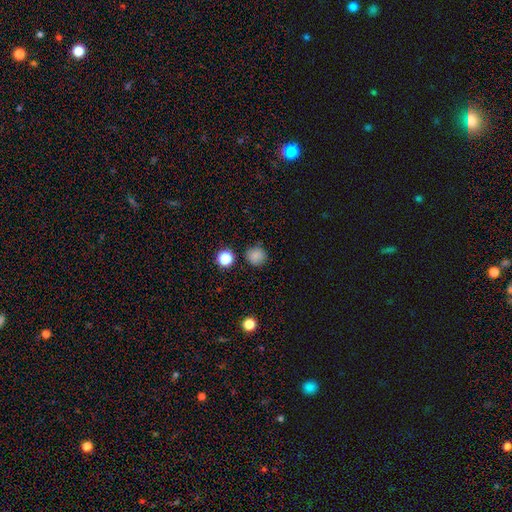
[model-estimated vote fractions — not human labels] A smooth galaxy with no disk features (82%) that is round (91%).

Vote fractions:
- Smooth or featured? smooth: 82% / star or artifact: 14% / featured or disk: 4%
- How rounded? round: 91% / in between: 8% / cigar-shaped: 1%
- Merging? none: 85% / minor disturbance: 10% / merger: 3% / major disturbance: 3%